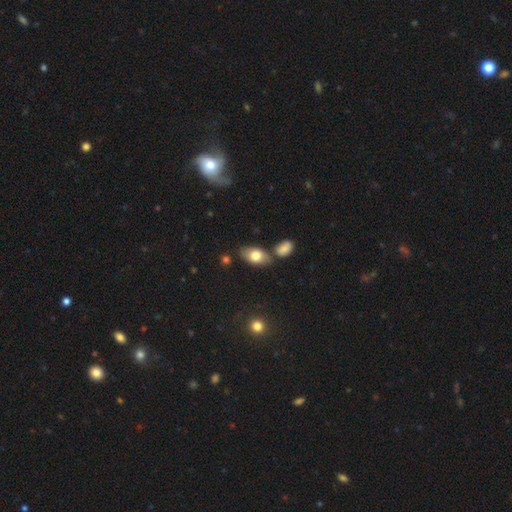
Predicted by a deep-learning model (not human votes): smooth_or_featured: smooth (p=0.75) [alt: featured or disk p=0.17]
how_rounded: in between (p=0.91) [alt: round p=0.06]
merging: none (p=0.72) [alt: minor disturbance p=0.14]